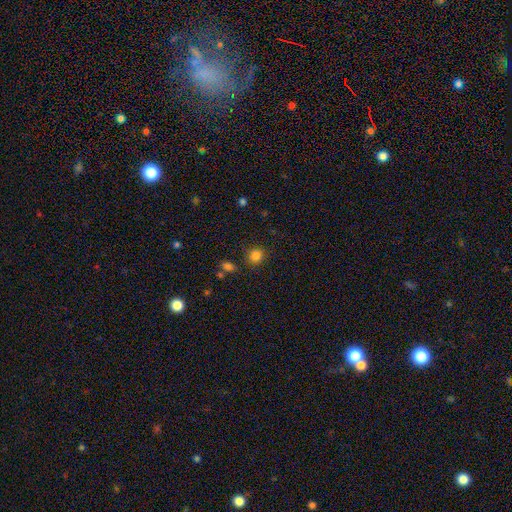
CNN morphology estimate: Smooth or featured: smooth — 83% (star or artifact — 13%)
How rounded: round — 86% (in between — 13%)
Merging: none — 84% (minor disturbance — 9%)